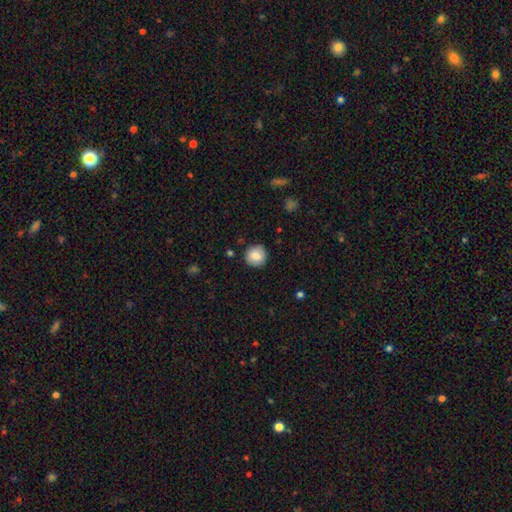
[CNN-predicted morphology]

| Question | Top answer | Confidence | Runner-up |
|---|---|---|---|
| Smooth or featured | smooth | 85% | star or artifact (8%) |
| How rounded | round | 94% | in between (5%) |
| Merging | none | 89% | minor disturbance (8%) |